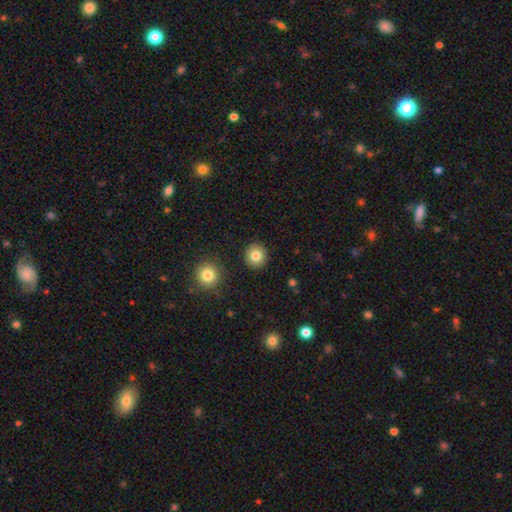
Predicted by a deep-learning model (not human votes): Smooth or featured?
  - smooth: 81% *
  - star or artifact: 10%
  - featured or disk: 9%
How rounded?
  - round: 91% *
  - in between: 8%
  - cigar-shaped: 1%
Merging?
  - none: 91% *
  - minor disturbance: 5%
  - major disturbance: 2%
  - merger: 2%